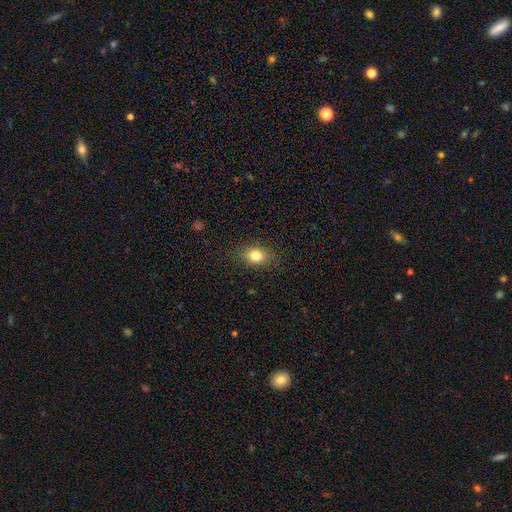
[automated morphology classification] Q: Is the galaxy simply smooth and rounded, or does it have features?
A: smooth — 82%.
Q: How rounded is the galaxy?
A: in between — 70%.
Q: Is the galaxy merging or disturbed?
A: none — 86%.